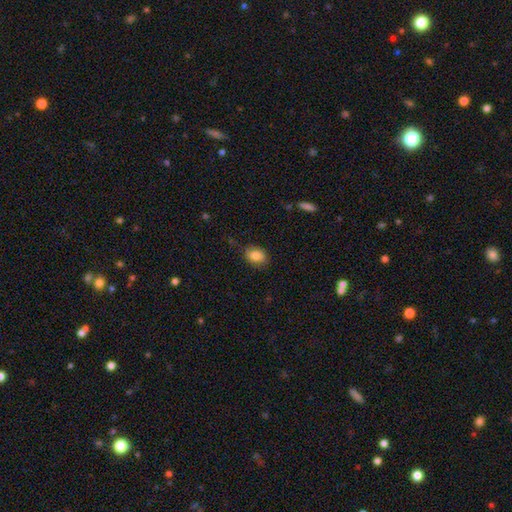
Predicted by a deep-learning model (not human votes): Smooth or featured: smooth — 85% (star or artifact — 8%)
How rounded: in between — 69% (round — 30%)
Merging: none — 77% (minor disturbance — 17%)